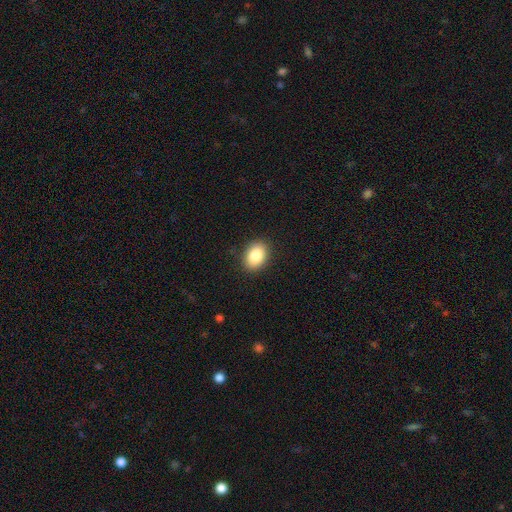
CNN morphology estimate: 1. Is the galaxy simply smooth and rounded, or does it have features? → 86% smooth, 8% star or artifact, 6% featured or disk.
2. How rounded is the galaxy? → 76% in between, 23% round, 1% cigar-shaped.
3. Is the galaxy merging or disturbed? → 89% none, 8% minor disturbance, 2% major disturbance, 1% merger.